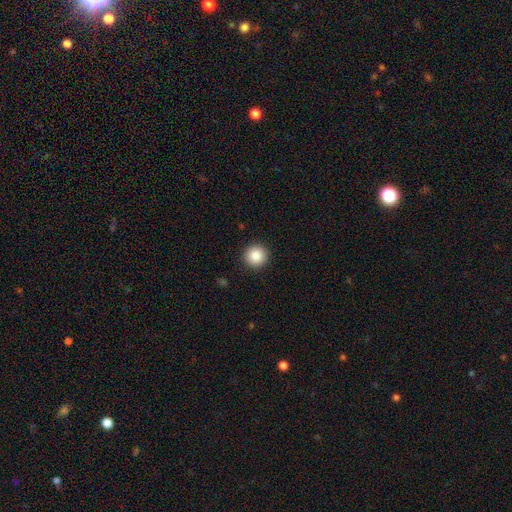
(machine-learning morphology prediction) A smooth galaxy with no disk features (87%) that is round (95%).

Vote fractions:
- Smooth or featured? smooth: 87% / star or artifact: 9% / featured or disk: 4%
- How rounded? round: 95% / in between: 4% / cigar-shaped: 1%
- Merging? none: 92% / minor disturbance: 5% / major disturbance: 2% / merger: 1%